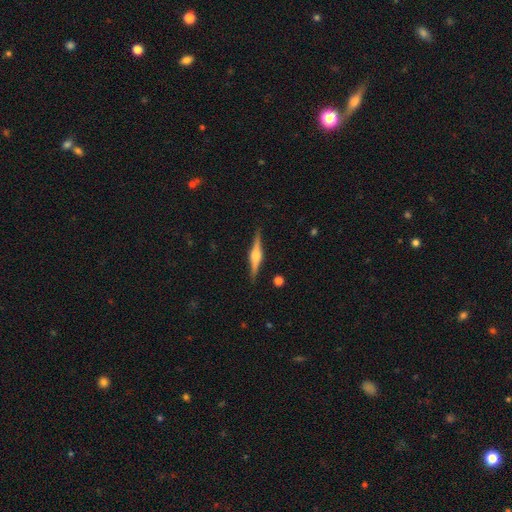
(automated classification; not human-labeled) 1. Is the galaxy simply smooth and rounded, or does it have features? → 78% featured or disk, 16% smooth, 6% star or artifact.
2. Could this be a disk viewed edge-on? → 98% yes, 2% no.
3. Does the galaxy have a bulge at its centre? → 87% rounded, 11% boxy, 2% none.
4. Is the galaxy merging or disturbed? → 90% none, 8% minor disturbance, 2% major disturbance, 1% merger.